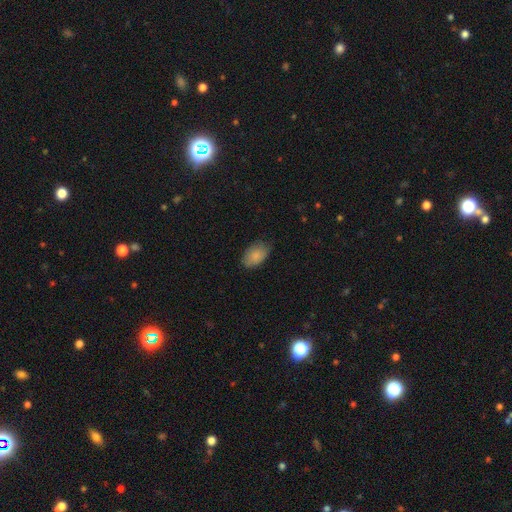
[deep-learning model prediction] smooth 85%, featured or disk 8%, star or artifact 7%. Down the decision tree: how rounded — in between (91%); merging — none (74%).